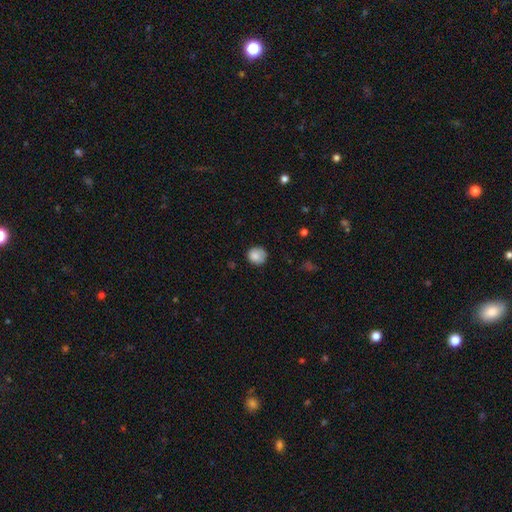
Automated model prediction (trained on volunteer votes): This is clearly a smooth galaxy (85%). How rounded: clearly round (86%). Merging: likely none (74%).